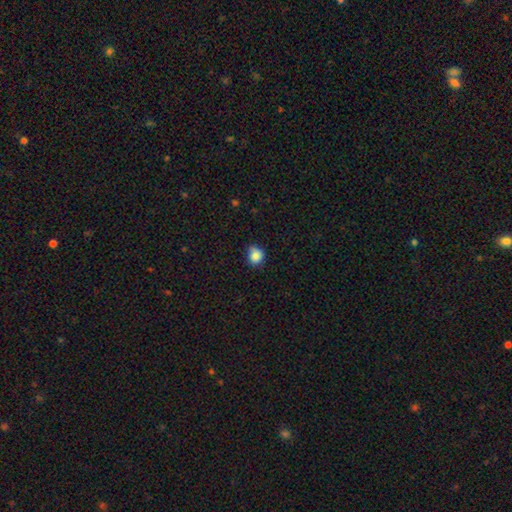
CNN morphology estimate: smooth_or_featured: smooth (p=0.85) [alt: star or artifact p=0.10]
how_rounded: round (p=0.79) [alt: in between p=0.20]
merging: none (p=0.57) [alt: minor disturbance p=0.32]